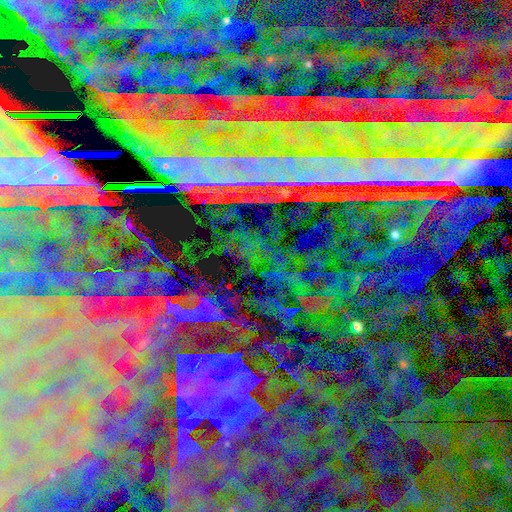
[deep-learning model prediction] The model was most divided on "smooth or featured": star or artifact: 87%, featured or disk: 7%, smooth: 6%.